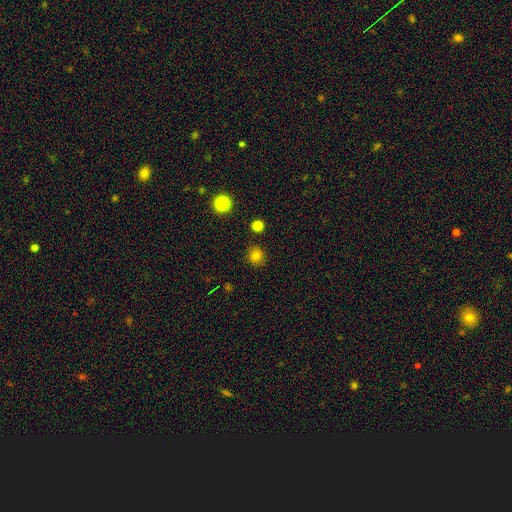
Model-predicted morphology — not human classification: Q: Smooth or featured?
A: smooth (79%); runner-up: star or artifact (16%)
Q: How rounded?
A: round (87%); runner-up: in between (12%)
Q: Merging?
A: none (87%); runner-up: minor disturbance (8%)